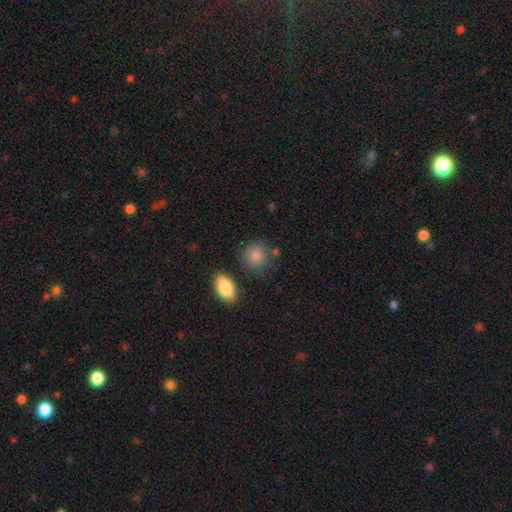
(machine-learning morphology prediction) Smooth or featured?
  - smooth: 87% *
  - star or artifact: 8%
  - featured or disk: 5%
How rounded?
  - round: 78% *
  - in between: 20%
  - cigar-shaped: 1%
Merging?
  - none: 76% *
  - minor disturbance: 13%
  - merger: 6%
  - major disturbance: 4%